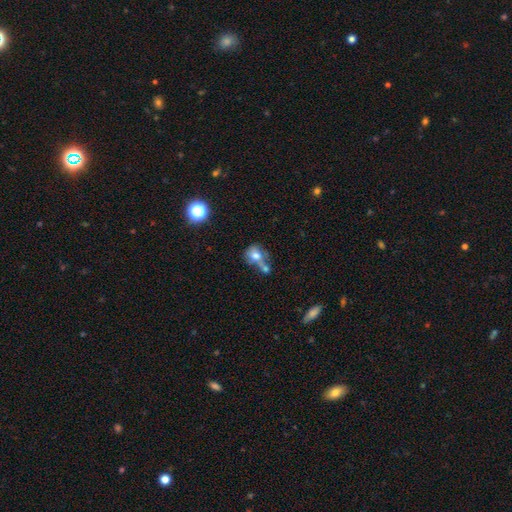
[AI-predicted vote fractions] Smooth or featured: smooth — 67% (featured or disk — 21%)
How rounded: round — 55% (in between — 43%)
Merging: merger — 46% (none — 28%)